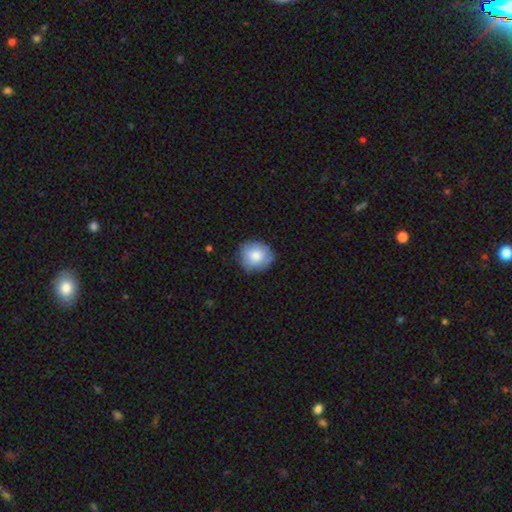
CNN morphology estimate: Smooth or featured: smooth — 75% (featured or disk — 18%)
How rounded: round — 81% (in between — 18%)
Merging: none — 77% (minor disturbance — 18%)